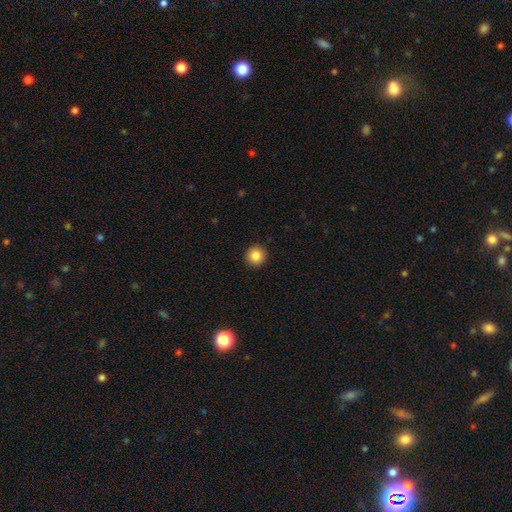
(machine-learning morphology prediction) This is clearly a smooth galaxy (86%). How rounded: clearly round (95%). Merging: clearly none (92%).